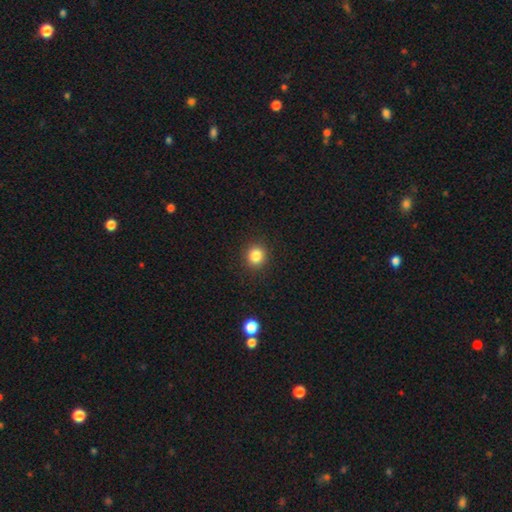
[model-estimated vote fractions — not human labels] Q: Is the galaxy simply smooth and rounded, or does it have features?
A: smooth — 85%.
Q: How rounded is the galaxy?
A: round — 85%.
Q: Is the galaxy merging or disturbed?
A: none — 91%.